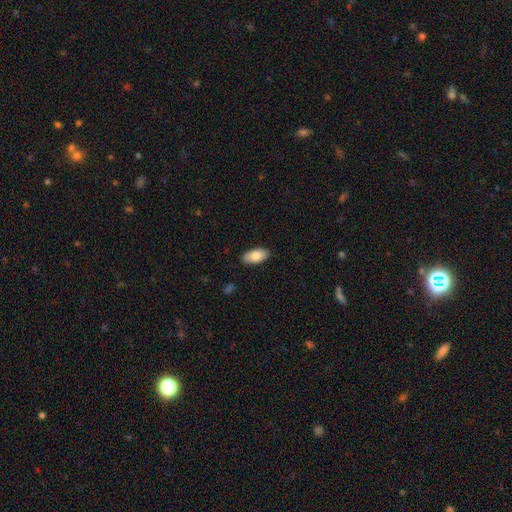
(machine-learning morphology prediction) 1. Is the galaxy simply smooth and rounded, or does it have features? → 85% smooth, 9% featured or disk, 6% star or artifact.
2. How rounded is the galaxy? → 93% in between, 5% cigar-shaped, 2% round.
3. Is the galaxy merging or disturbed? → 88% none, 9% minor disturbance, 2% major disturbance, 1% merger.